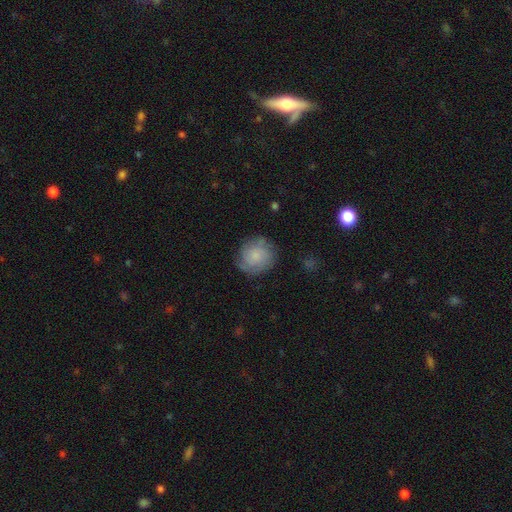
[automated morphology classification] smooth 59%, featured or disk 33%, star or artifact 8%. Down the decision tree: how rounded — round (84%); merging — none (73%).